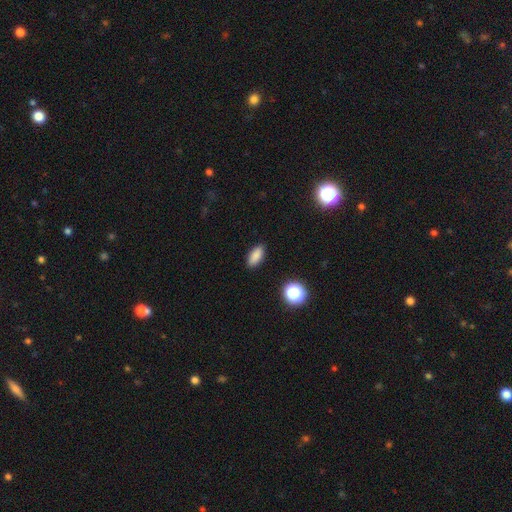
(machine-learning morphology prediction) This is clearly a smooth galaxy (85%). How rounded: clearly in between (85%). Merging: clearly none (89%).